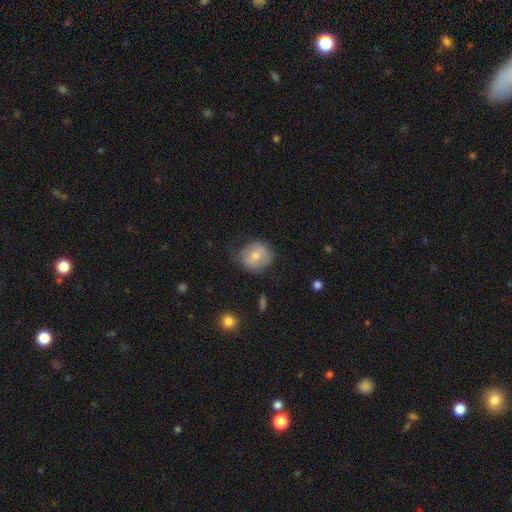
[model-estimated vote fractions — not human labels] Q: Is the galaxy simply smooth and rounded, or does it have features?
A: smooth — 67%.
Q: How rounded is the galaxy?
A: round — 79%.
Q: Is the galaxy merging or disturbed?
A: none — 59%.